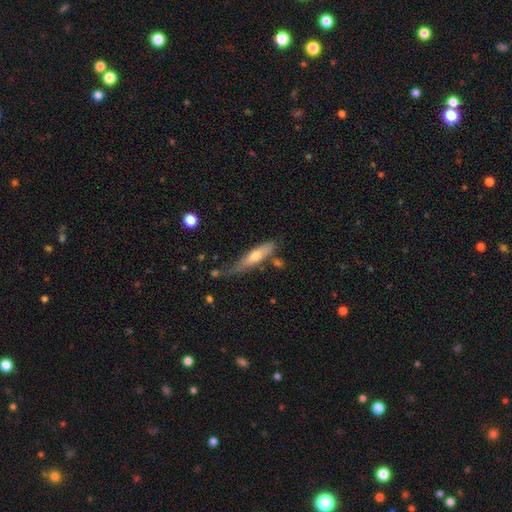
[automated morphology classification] Smooth or featured: smooth — 57% (featured or disk — 37%)
How rounded: cigar-shaped — 73% (in between — 25%)
Merging: none — 50% (minor disturbance — 30%)